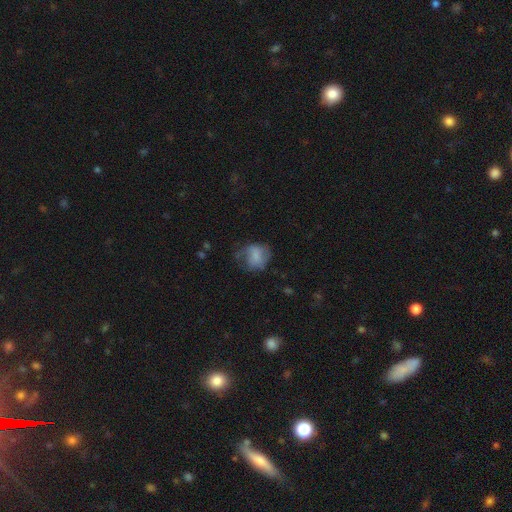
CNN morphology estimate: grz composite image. It shows a smooth galaxy with no disk features (67%) that is round (58%). Merging: none (41%).